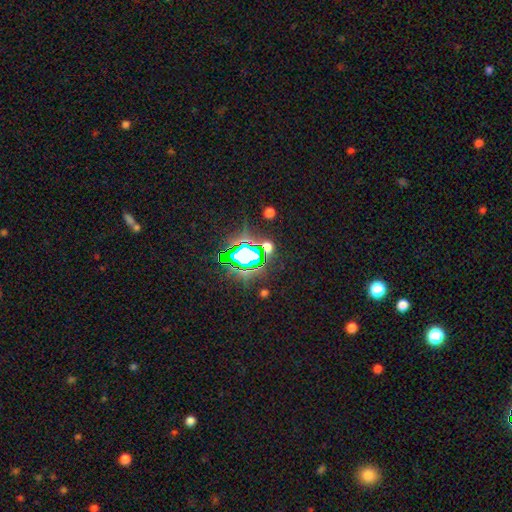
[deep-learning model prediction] Morphology: type=star or artifact (79%).